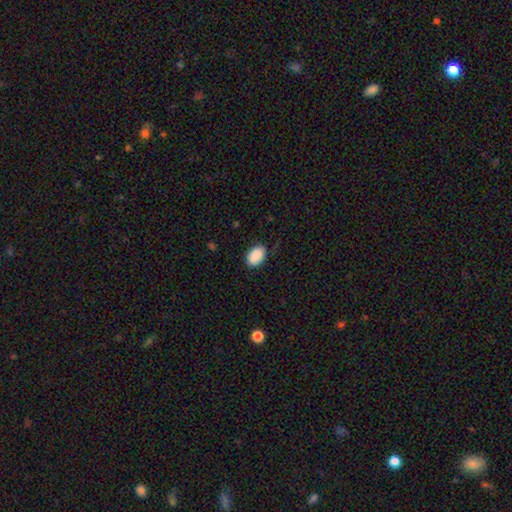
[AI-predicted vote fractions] smooth_or_featured: smooth (p=0.91) [alt: star or artifact p=0.07]
how_rounded: in between (p=0.87) [alt: round p=0.12]
merging: none (p=0.83) [alt: minor disturbance p=0.13]